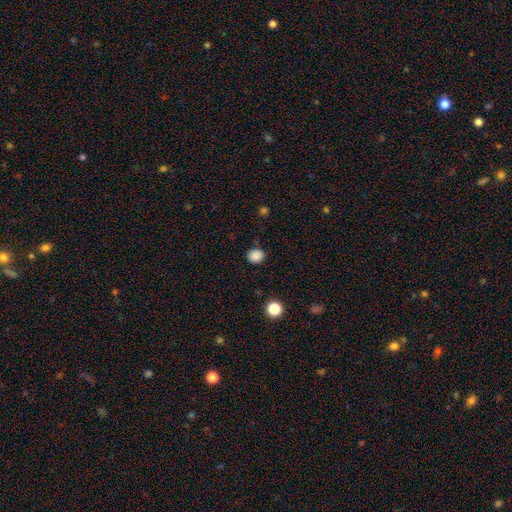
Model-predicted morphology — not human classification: Smooth or featured: smooth — 86% (star or artifact — 11%)
How rounded: round — 75% (in between — 24%)
Merging: none — 86% (minor disturbance — 10%)